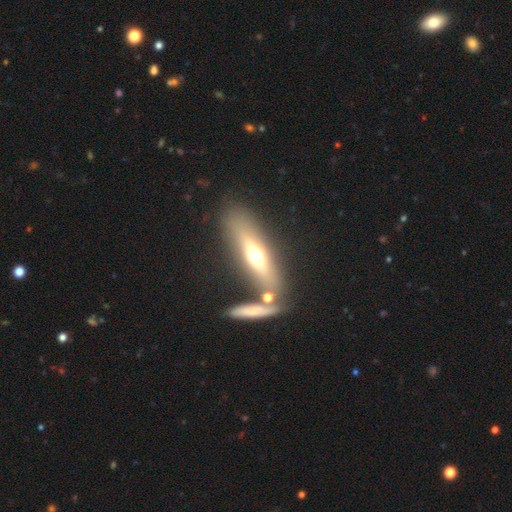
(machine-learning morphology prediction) This is possibly a featured or disk galaxy (48%). Merging: likely none (69%).